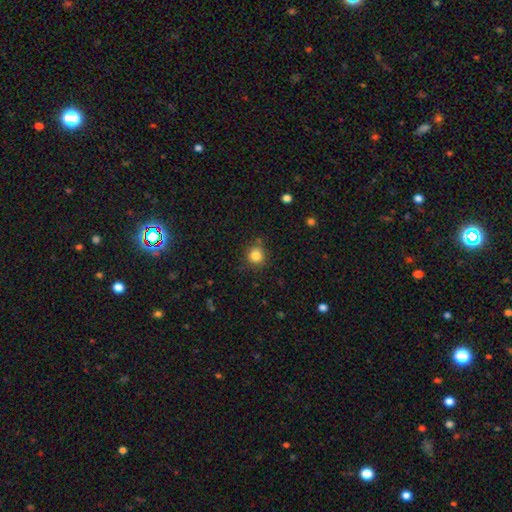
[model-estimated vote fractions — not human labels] Morphology: type=smooth (83%); roundness=round (89%); merging=none (81%).